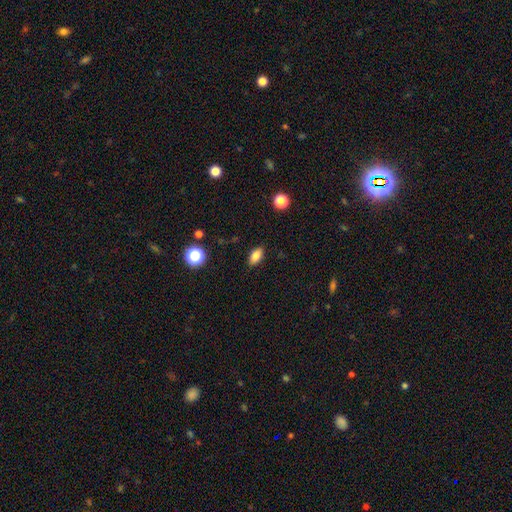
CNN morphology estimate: This is clearly a smooth galaxy (83%). How rounded: clearly in between (88%). Merging: clearly none (88%).